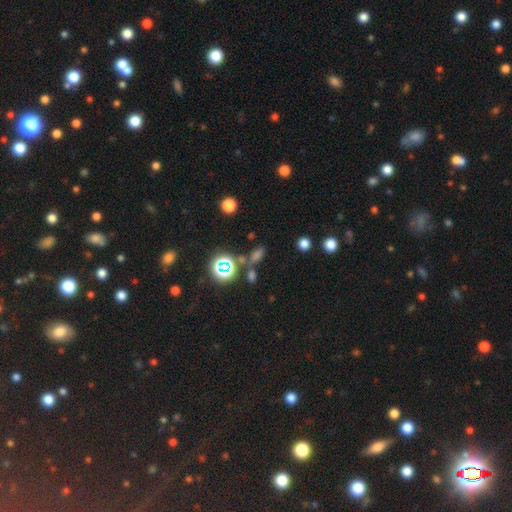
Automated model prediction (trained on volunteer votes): Q: Smooth or featured?
A: star or artifact (44%); runner-up: smooth (43%)